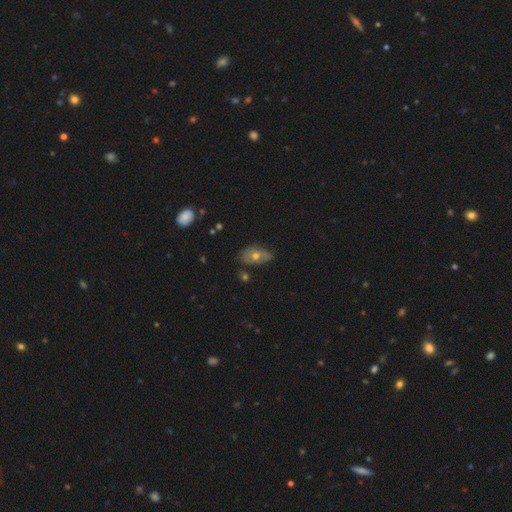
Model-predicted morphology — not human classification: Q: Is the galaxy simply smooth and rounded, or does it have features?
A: smooth — 47%.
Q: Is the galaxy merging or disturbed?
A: none — 68%.